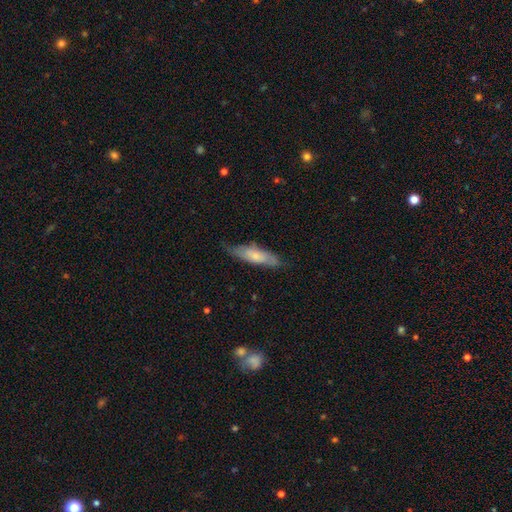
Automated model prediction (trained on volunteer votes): Smooth or featured: smooth — 59% (featured or disk — 35%)
How rounded: cigar-shaped — 56% (in between — 43%)
Merging: none — 68% (minor disturbance — 25%)